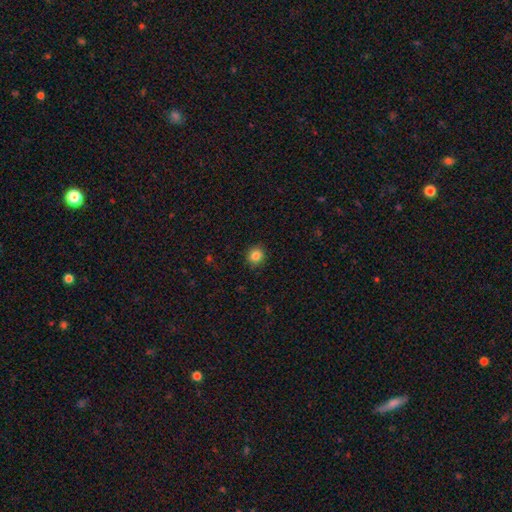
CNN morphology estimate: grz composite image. It shows a smooth galaxy with no disk features (85%) that is round (88%). Merging: none (91%).